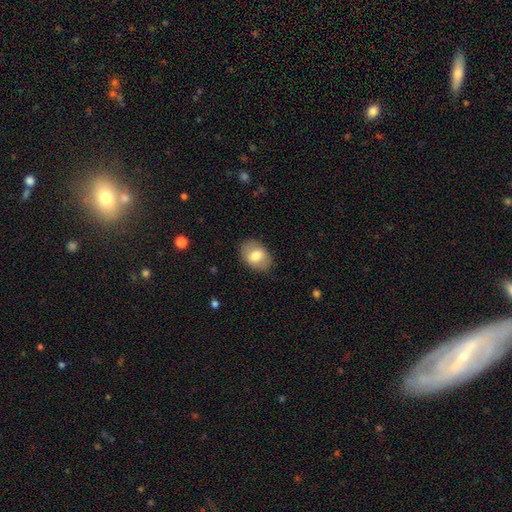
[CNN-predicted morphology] A smooth galaxy with no disk features (74%) that is in between round and cigar-shaped (81%).

Vote fractions:
- Smooth or featured? smooth: 74% / featured or disk: 19% / star or artifact: 7%
- How rounded? in between: 81% / round: 18% / cigar-shaped: 1%
- Merging? none: 85% / minor disturbance: 11% / major disturbance: 3% / merger: 1%